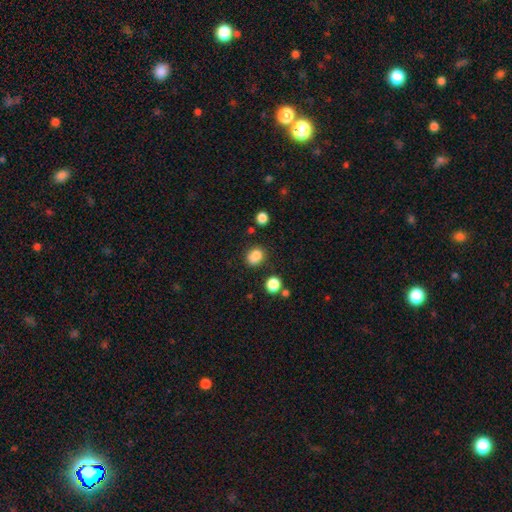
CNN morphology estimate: This is clearly a smooth galaxy (83%). How rounded: possibly round (55%). Merging: likely none (68%).